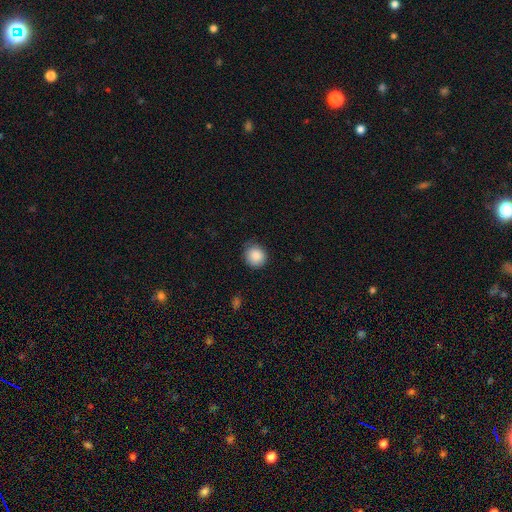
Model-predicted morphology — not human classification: Q: Smooth or featured?
A: smooth (88%); runner-up: star or artifact (9%)
Q: How rounded?
A: round (90%); runner-up: in between (9%)
Q: Merging?
A: none (81%); runner-up: minor disturbance (15%)